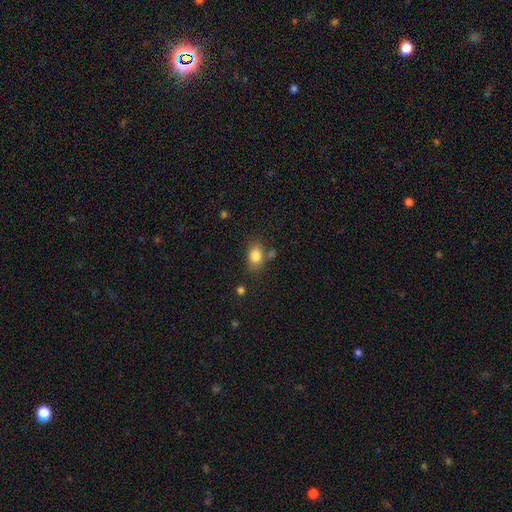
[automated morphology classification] Smooth or featured: smooth — 82% (star or artifact — 9%)
How rounded: in between — 75% (round — 24%)
Merging: none — 69% (minor disturbance — 17%)